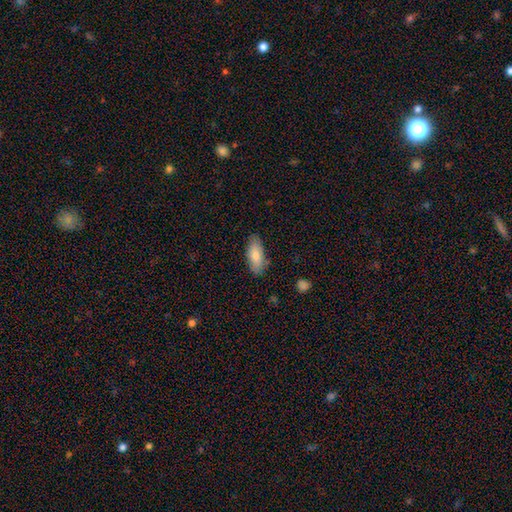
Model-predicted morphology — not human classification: smooth_or_featured: smooth (p=0.79) [alt: featured or disk p=0.15]
how_rounded: in between (p=0.86) [alt: cigar-shaped p=0.12]
merging: none (p=0.80) [alt: minor disturbance p=0.15]